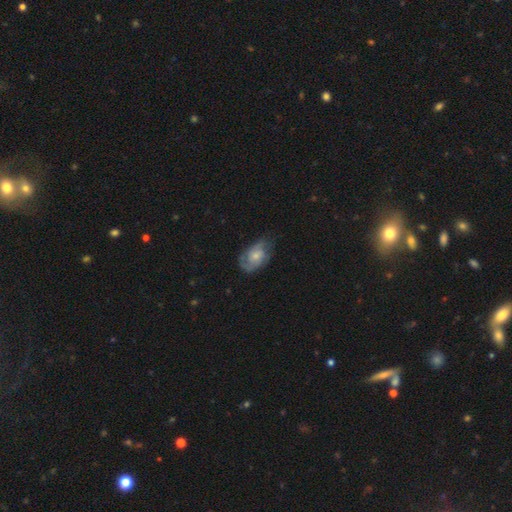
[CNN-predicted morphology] smooth_or_featured: featured or disk (p=0.65) [alt: smooth p=0.29]
disk_edge_on: no (p=0.96) [alt: yes p=0.04]
bar: no (p=0.72) [alt: weak p=0.24]
has_spiral_arms: yes (p=0.87) [alt: no p=0.13]
spiral_winding: medium (p=0.43) [alt: tight p=0.39]
spiral_arm_count: 2 (p=0.53) [alt: can't tell p=0.24]
bulge_size: small (p=0.47) [alt: moderate p=0.42]
merging: none (p=0.61) [alt: minor disturbance p=0.26]